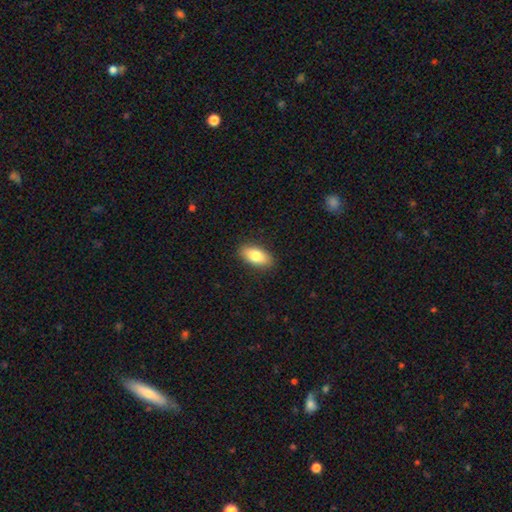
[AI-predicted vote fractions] Smooth or featured: smooth — 81% (featured or disk — 12%)
How rounded: in between — 89% (cigar-shaped — 7%)
Merging: none — 89% (minor disturbance — 8%)